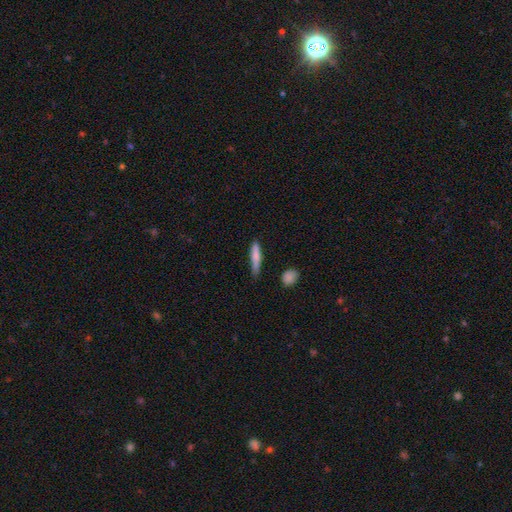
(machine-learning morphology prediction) This appears to be a smooth galaxy with no disk features (76%) that is cigar-shaped (86%). Merging: none (68%).